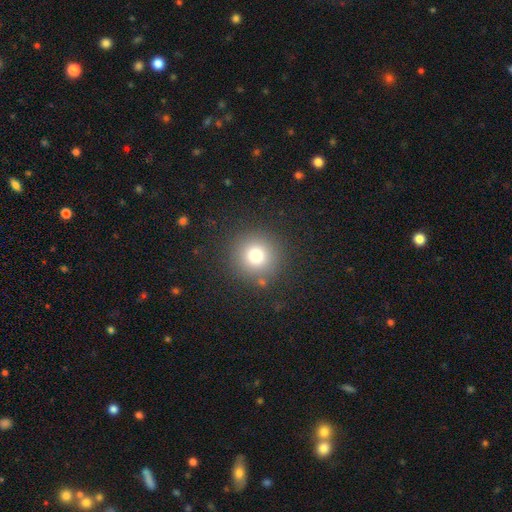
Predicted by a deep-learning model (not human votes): Q: Smooth or featured?
A: smooth (77%); runner-up: star or artifact (14%)
Q: How rounded?
A: round (95%); runner-up: in between (4%)
Q: Merging?
A: none (87%); runner-up: minor disturbance (7%)